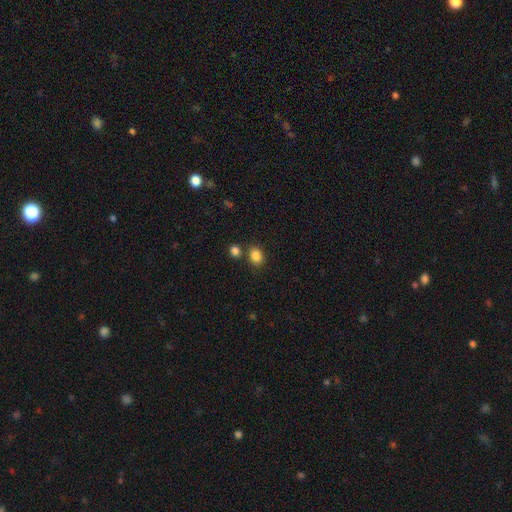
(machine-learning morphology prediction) smooth_or_featured: smooth (p=0.85) [alt: star or artifact p=0.11]
how_rounded: round (p=0.56) [alt: in between p=0.43]
merging: none (p=0.74) [alt: merger p=0.13]